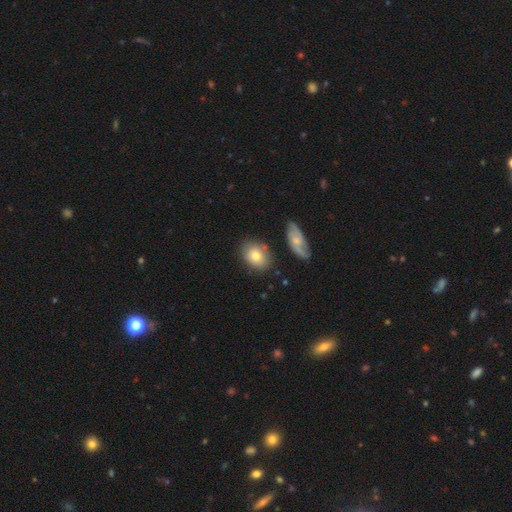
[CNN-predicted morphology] A smooth galaxy with no disk features (75%) that is in between round and cigar-shaped (61%). Merging: none (71%).